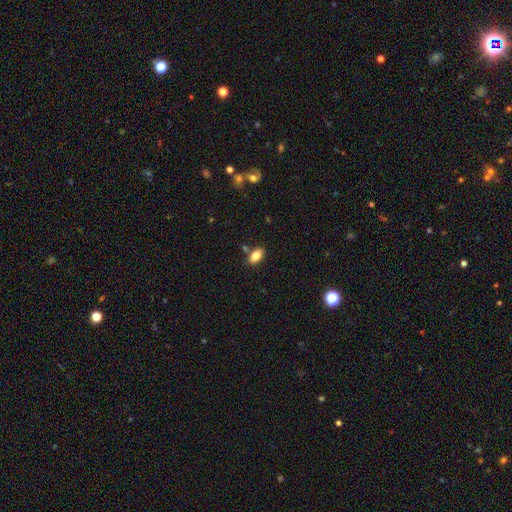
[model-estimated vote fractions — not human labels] A smooth galaxy with no disk features (83%) that is in between round and cigar-shaped (91%). Merging: none (77%).